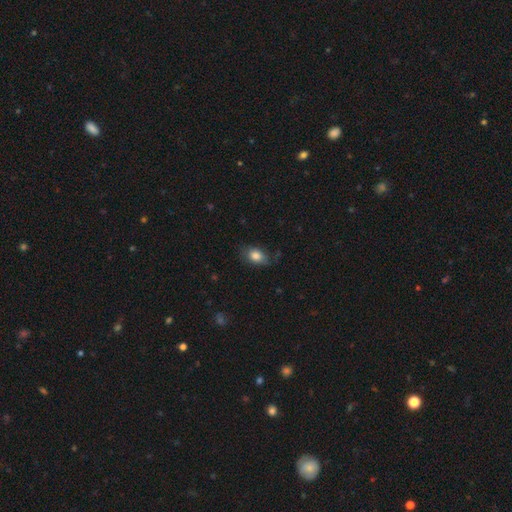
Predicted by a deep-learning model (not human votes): smooth-or-featured: smooth: 82% | featured or disk: 9% | star or artifact: 8%
  how-rounded: in between: 76% | round: 22% | cigar-shaped: 2%
  merging: none: 70% | minor disturbance: 23% | major disturbance: 6% | merger: 1%